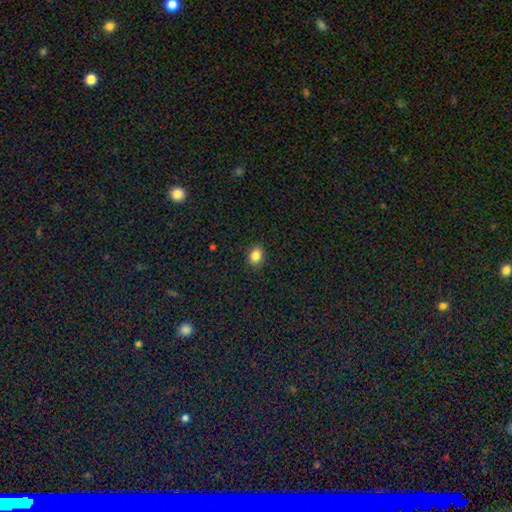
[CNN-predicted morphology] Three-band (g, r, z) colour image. It shows a smooth galaxy with no disk features (85%) that is in between round and cigar-shaped (58%). Merging: none (89%).